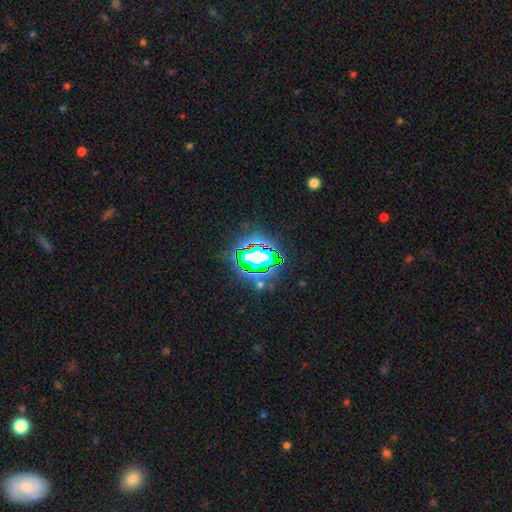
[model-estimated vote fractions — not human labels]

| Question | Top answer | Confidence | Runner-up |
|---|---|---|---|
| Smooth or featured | star or artifact | 83% | smooth (10%) |